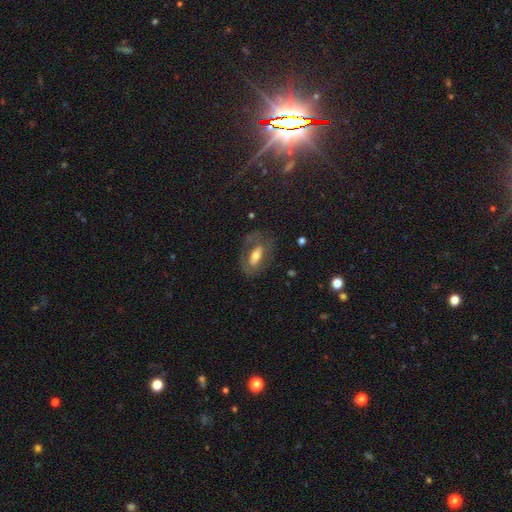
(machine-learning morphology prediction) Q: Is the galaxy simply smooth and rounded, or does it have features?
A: smooth — 47%.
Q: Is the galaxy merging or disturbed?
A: none — 65%.